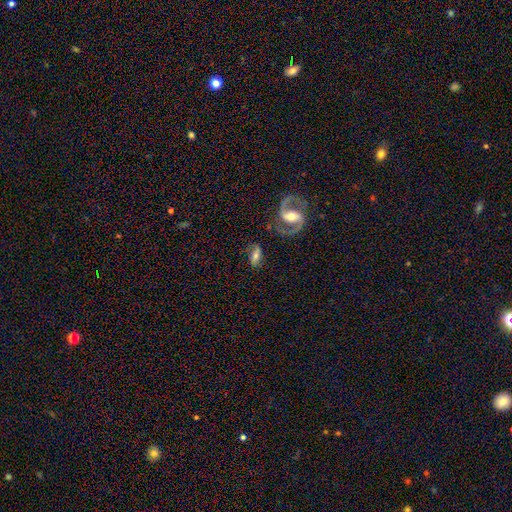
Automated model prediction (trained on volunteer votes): Smooth or featured? Predicted: featured or disk (p=0.63). Edge-on disk? Predicted: no (p=0.91). Bar? Predicted: weak (p=0.37). Spiral arms? Predicted: yes (p=0.89). Spiral winding? Predicted: medium (p=0.45). Spiral arm count? Predicted: 2 (p=0.86). Bulge size? Predicted: moderate (p=0.63). Merging? Predicted: none (p=0.69).